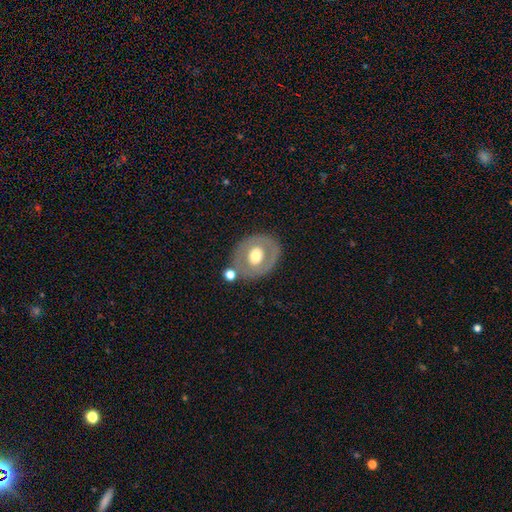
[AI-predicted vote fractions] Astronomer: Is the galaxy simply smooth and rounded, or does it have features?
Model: featured or disk — 48% (runner-up: smooth, 45%).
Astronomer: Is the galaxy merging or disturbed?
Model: none — 72%.